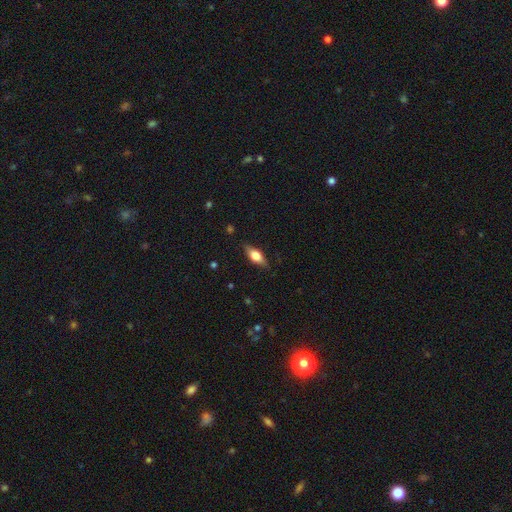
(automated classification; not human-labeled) This is possibly a smooth galaxy (56%). How rounded: likely in between (73%). Merging: clearly none (83%).